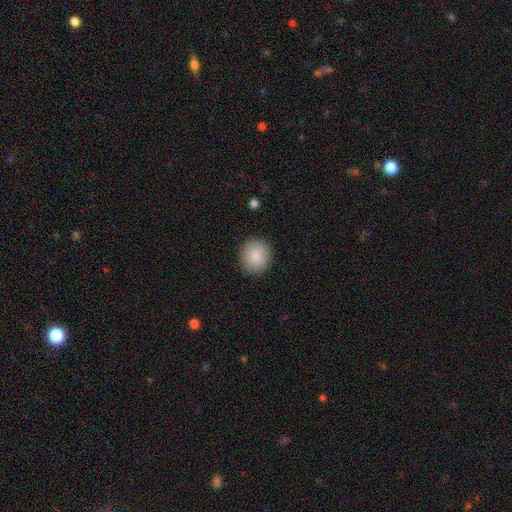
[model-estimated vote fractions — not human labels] Smooth or featured? smooth (86%)
How rounded? round (90%)
Merging? none (91%)